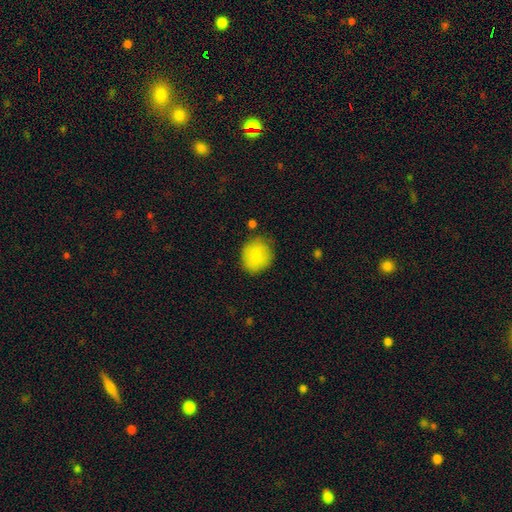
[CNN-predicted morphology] Smooth or featured: smooth — 82% (featured or disk — 11%)
How rounded: round — 69% (in between — 30%)
Merging: none — 77% (minor disturbance — 17%)